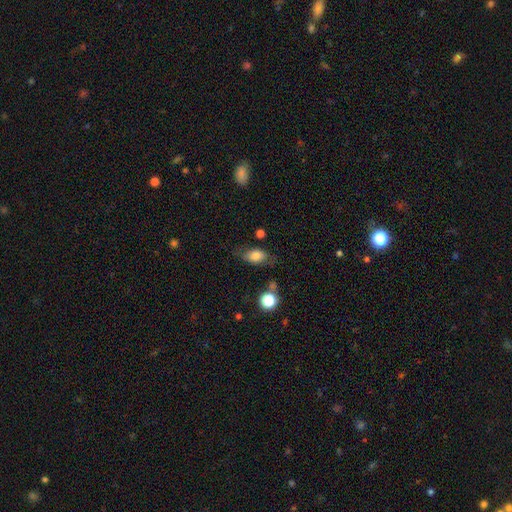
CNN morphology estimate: A smooth galaxy with no disk features (75%) that is in between round and cigar-shaped (83%). Merging: none (64%).